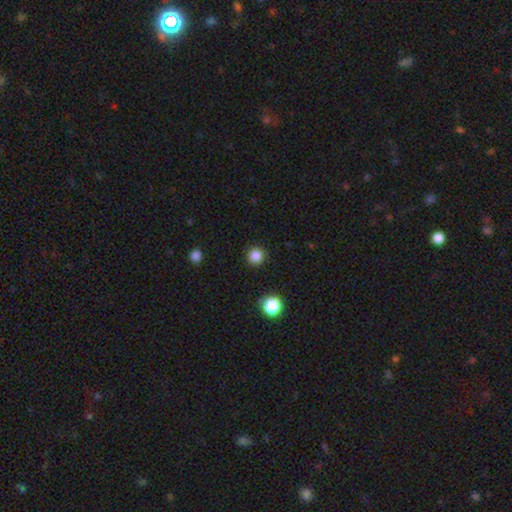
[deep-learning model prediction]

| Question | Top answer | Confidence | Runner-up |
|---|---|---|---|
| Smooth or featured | smooth | 84% | star or artifact (13%) |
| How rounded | round | 95% | in between (4%) |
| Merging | none | 92% | minor disturbance (5%) |